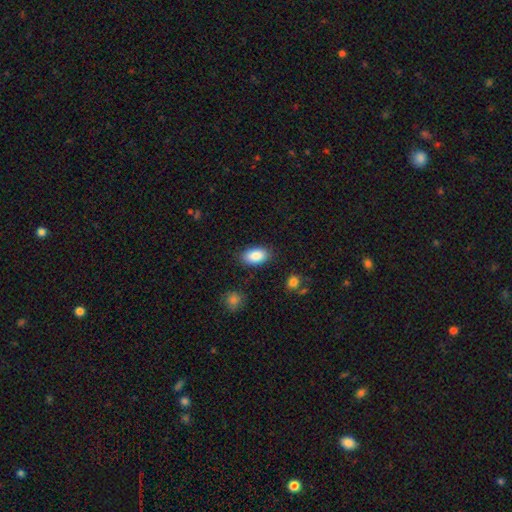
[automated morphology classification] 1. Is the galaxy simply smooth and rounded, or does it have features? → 88% smooth, 7% star or artifact, 5% featured or disk.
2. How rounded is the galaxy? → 93% in between, 6% round, 2% cigar-shaped.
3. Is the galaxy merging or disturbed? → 85% none, 10% minor disturbance, 3% major disturbance, 2% merger.